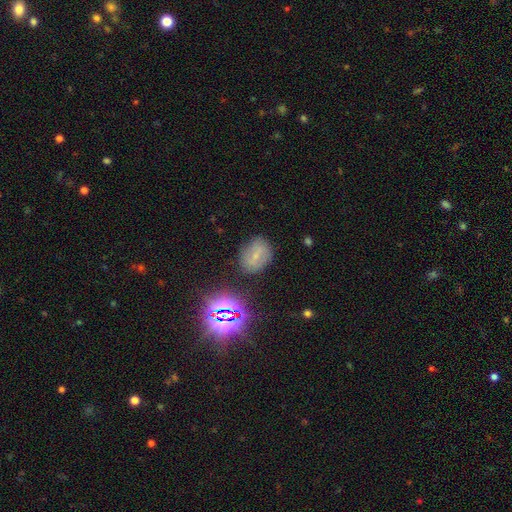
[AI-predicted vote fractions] Q: Smooth or featured?
A: smooth (42%); runner-up: featured or disk (33%)
Q: Merging?
A: none (75%); runner-up: minor disturbance (17%)